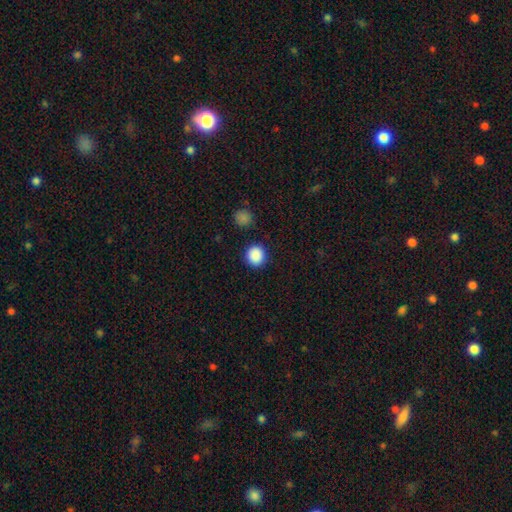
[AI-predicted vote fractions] The model was most divided on "smooth or featured": smooth: 88%, star or artifact: 9%, featured or disk: 3%. More confident: how rounded — round (92%); merging — none (90%).